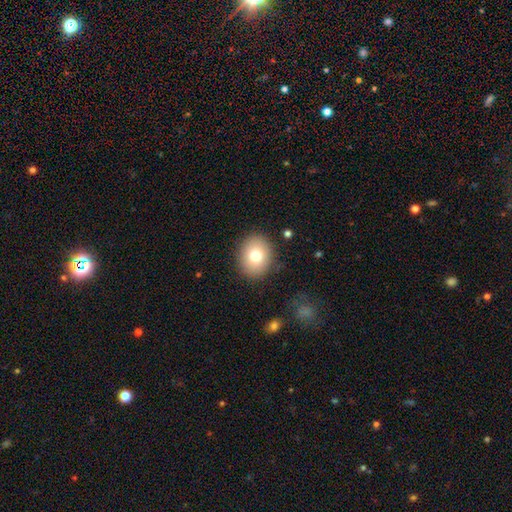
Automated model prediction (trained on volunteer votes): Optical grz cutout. It shows a smooth galaxy with no disk features (77%) that is round (58%). Merging: none (86%).